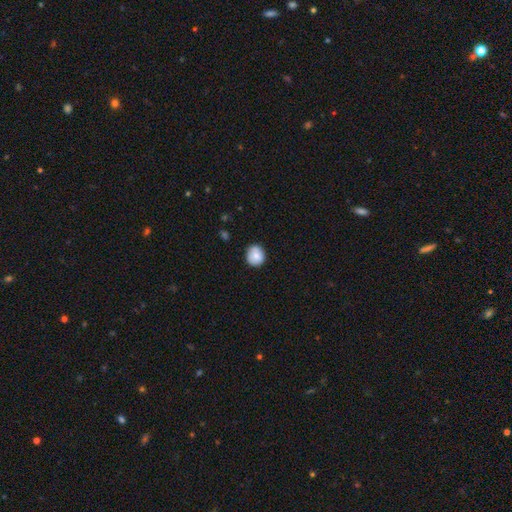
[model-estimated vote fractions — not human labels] This appears to be a smooth galaxy with no disk features (82%) that is round (83%). Merging: none (83%).